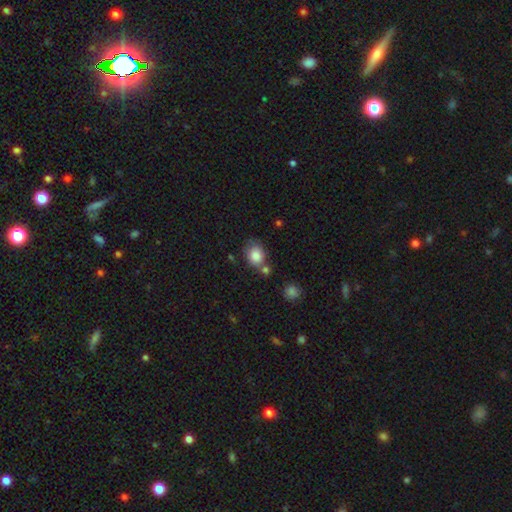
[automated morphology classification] type=smooth (84%); roundness=in between (52%); merging=none (53%).